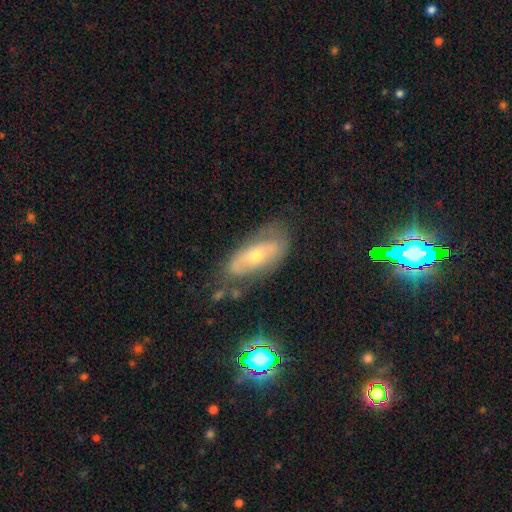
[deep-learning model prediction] Overall: featured or disk (56%; smooth 34%). Edge-on disk: no (80%). Merging: none (62%; minor disturbance 24%).